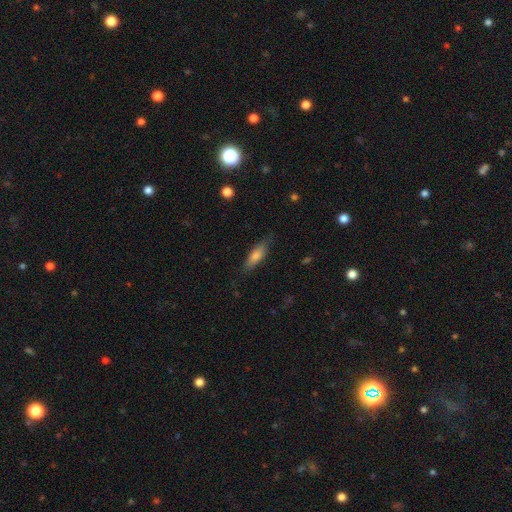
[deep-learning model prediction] Smooth or featured? Predicted: smooth (p=0.70). How rounded? Predicted: in between (p=0.49, tied with cigar-shaped). Merging? Predicted: none (p=0.76).